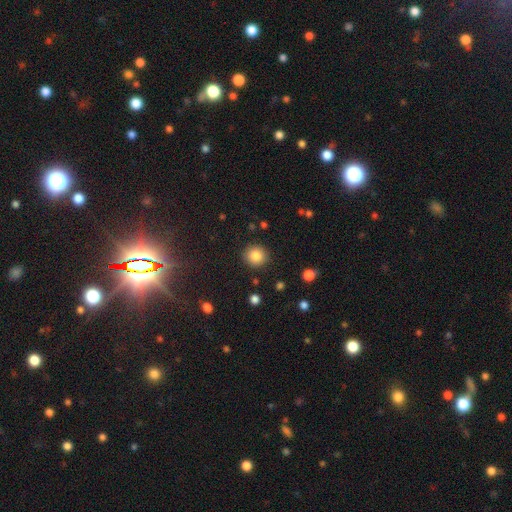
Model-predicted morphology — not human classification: Overall: smooth (85%). How rounded: round (91%). Merging: none (90%).